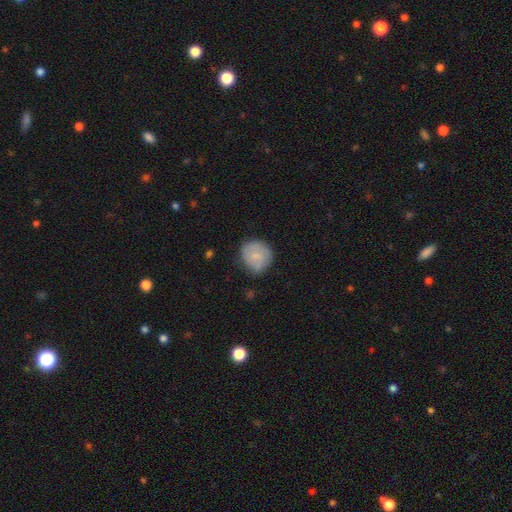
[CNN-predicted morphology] Q: Smooth or featured?
A: smooth (74%); runner-up: featured or disk (20%)
Q: How rounded?
A: round (85%); runner-up: in between (14%)
Q: Merging?
A: none (71%); runner-up: minor disturbance (22%)